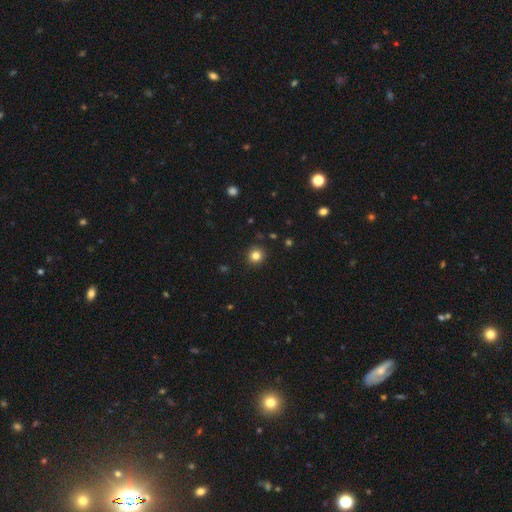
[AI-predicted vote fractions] A smooth galaxy with no disk features (83%) that is round (93%).

Vote fractions:
- Smooth or featured? smooth: 83% / star or artifact: 12% / featured or disk: 5%
- How rounded? round: 93% / in between: 6% / cigar-shaped: 1%
- Merging? none: 91% / minor disturbance: 6% / major disturbance: 2% / merger: 1%